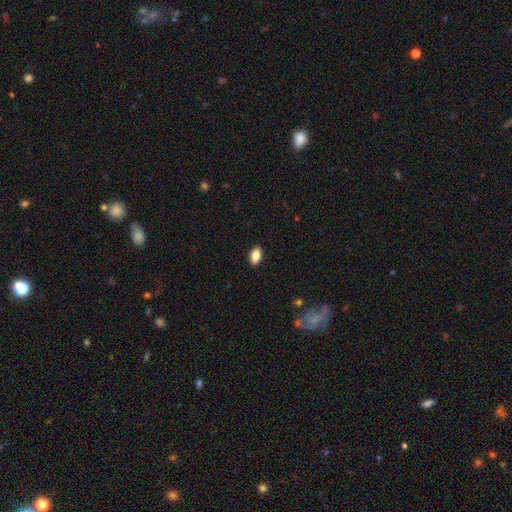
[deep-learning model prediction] Smooth or featured? Predicted: smooth (p=0.83). How rounded? Predicted: in between (p=0.90). Merging? Predicted: none (p=0.89).